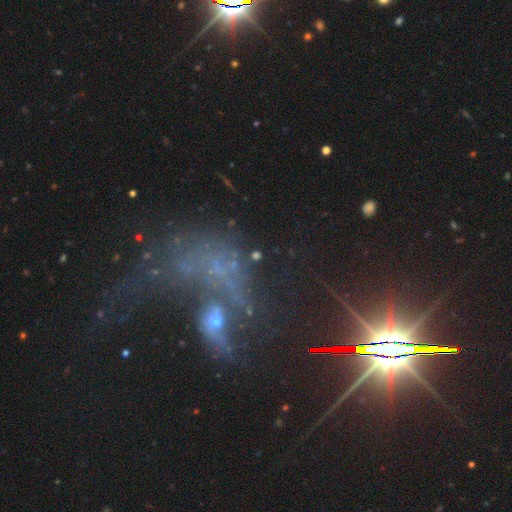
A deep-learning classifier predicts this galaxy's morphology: Smooth or featured: star or artifact — 44% (featured or disk — 38%)